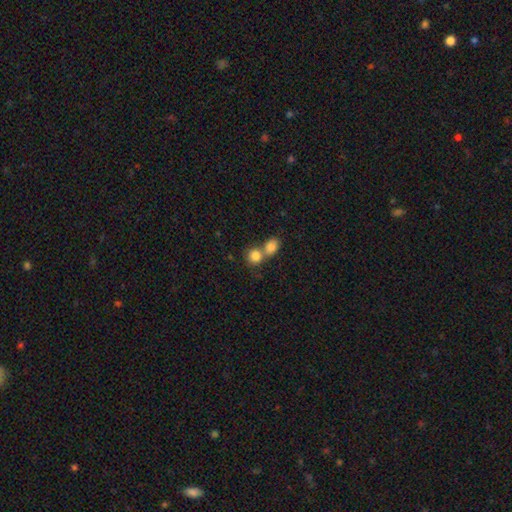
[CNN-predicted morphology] This is clearly a smooth galaxy (83%). How rounded: likely round (77%). Merging: possibly merger (56%).